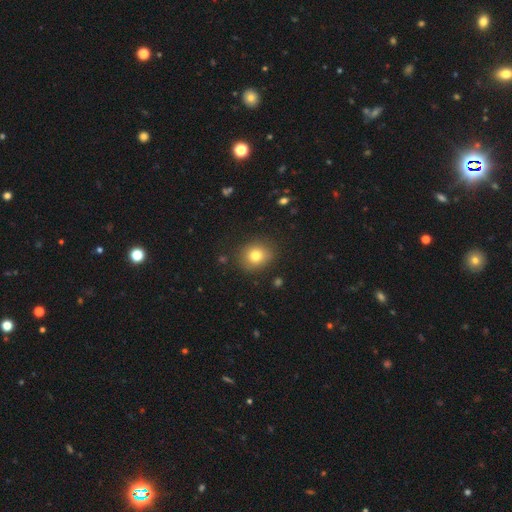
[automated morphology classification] smooth-or-featured: smooth: 78% | star or artifact: 12% | featured or disk: 11%
  how-rounded: round: 72% | in between: 27% | cigar-shaped: 1%
  merging: none: 85% | minor disturbance: 10% | major disturbance: 3% | merger: 1%